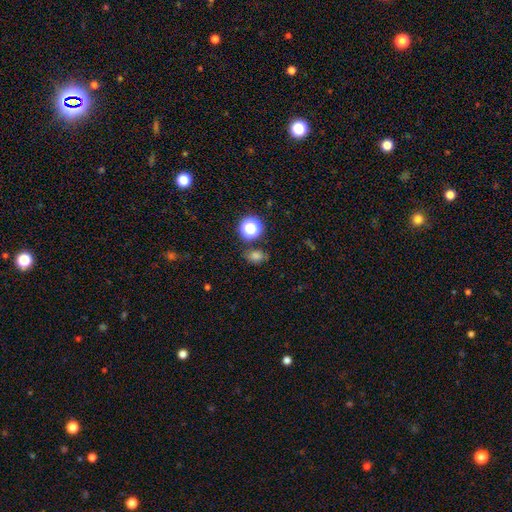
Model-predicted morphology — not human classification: Smooth or featured? Predicted: smooth (p=0.62). How rounded? Predicted: in between (p=0.51). Merging? Predicted: none (p=0.75).